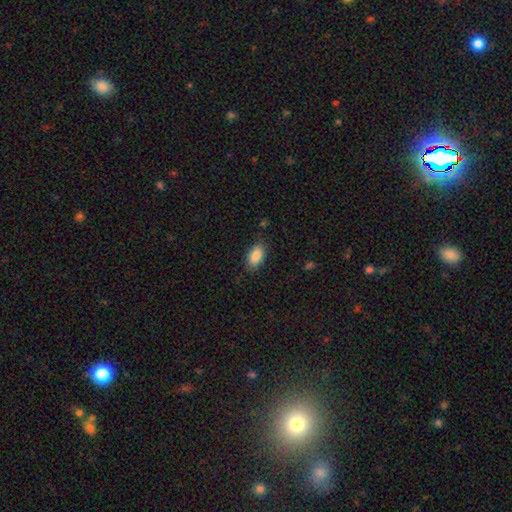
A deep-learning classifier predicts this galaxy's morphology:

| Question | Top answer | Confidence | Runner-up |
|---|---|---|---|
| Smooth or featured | smooth | 88% | star or artifact (7%) |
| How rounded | in between | 93% | round (4%) |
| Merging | none | 84% | minor disturbance (12%) |